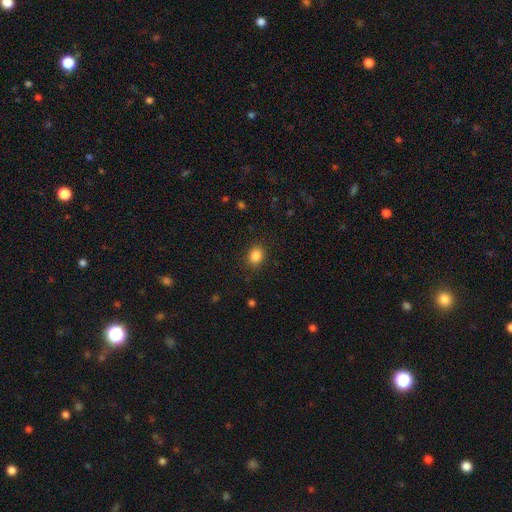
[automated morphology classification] Smooth or featured: smooth — 85% (star or artifact — 10%)
How rounded: round — 54% (in between — 45%)
Merging: none — 87% (minor disturbance — 9%)